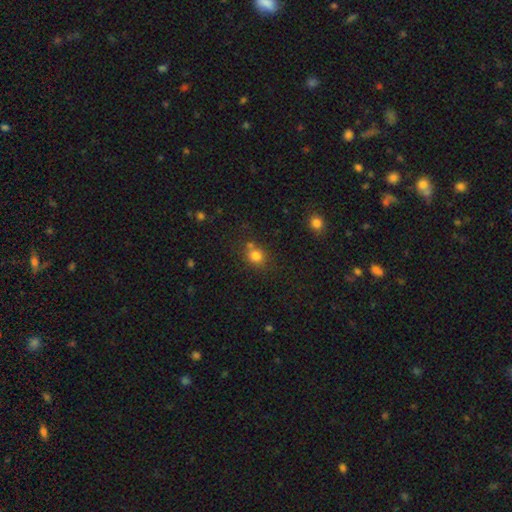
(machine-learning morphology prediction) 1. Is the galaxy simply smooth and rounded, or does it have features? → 80% smooth, 13% star or artifact, 7% featured or disk.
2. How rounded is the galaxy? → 72% round, 27% in between, 1% cigar-shaped.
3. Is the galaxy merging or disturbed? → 66% none, 16% merger, 13% minor disturbance, 4% major disturbance.